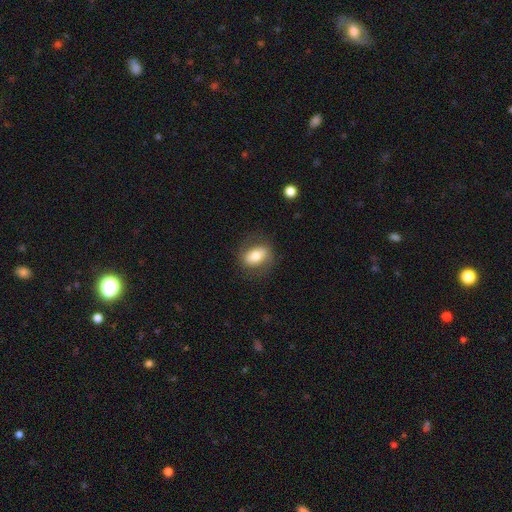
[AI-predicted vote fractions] Smooth or featured?
  - smooth: 65% *
  - featured or disk: 27%
  - star or artifact: 7%
How rounded?
  - in between: 79% *
  - round: 18%
  - cigar-shaped: 3%
Merging?
  - none: 78% *
  - minor disturbance: 14%
  - major disturbance: 7%
  - merger: 1%